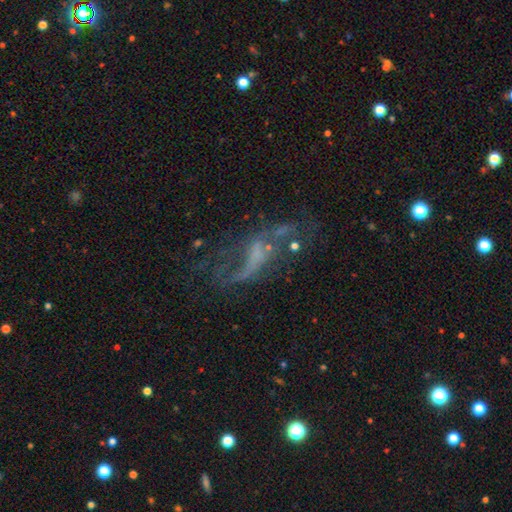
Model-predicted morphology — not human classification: A featured or disk galaxy (69%) with no bar (48%), spiral arms (60%) and no central bulge (58%).

Vote fractions:
- Smooth or featured? featured or disk: 69% / star or artifact: 16% / smooth: 15%
- Edge-on disk? no: 91% / yes: 9%
- Bar? no: 48% / weak: 34% / strong: 18%
- Spiral arms? yes: 60% / no: 40%
- Bulge size? none: 58% / small: 27% / moderate: 11% / large: 2% / dominant: 1%
- Merging? none: 38% / major disturbance: 36% / minor disturbance: 16% / merger: 10%